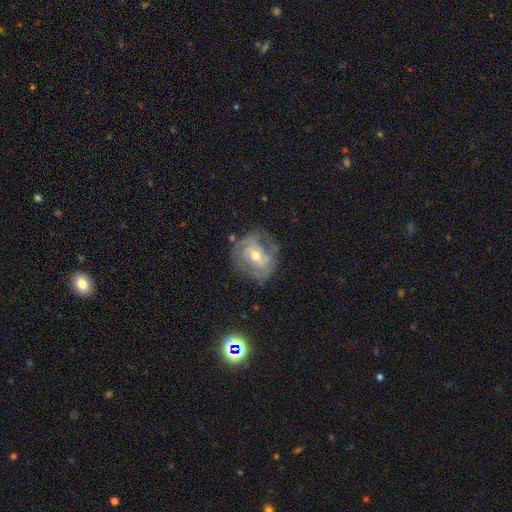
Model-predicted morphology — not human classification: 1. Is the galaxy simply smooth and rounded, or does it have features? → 69% featured or disk, 23% smooth, 8% star or artifact.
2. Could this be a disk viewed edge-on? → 96% no, 4% yes.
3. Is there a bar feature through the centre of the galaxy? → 45% no, 39% weak, 16% strong.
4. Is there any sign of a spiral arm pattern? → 72% yes, 28% no.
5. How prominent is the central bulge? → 61% moderate, 35% small, 3% large, 1% none, 1% dominant.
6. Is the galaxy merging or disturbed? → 61% none, 23% minor disturbance, 13% major disturbance, 2% merger.